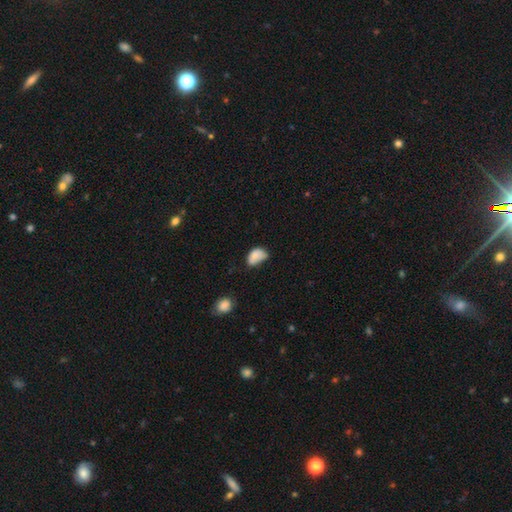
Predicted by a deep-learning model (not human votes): Smooth or featured?
  - smooth: 75% *
  - featured or disk: 16%
  - star or artifact: 9%
How rounded?
  - in between: 87% *
  - round: 11%
  - cigar-shaped: 1%
Merging?
  - minor disturbance: 42% *
  - none: 31%
  - major disturbance: 17%
  - merger: 10%